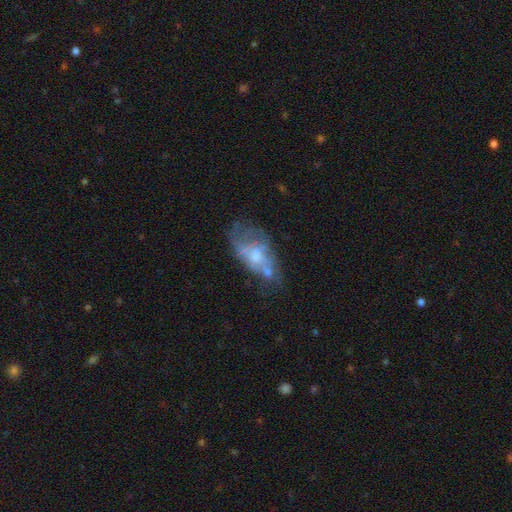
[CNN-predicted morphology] smooth_or_featured: featured or disk (p=0.55) [alt: smooth p=0.35]
disk_edge_on: no (p=0.94) [alt: yes p=0.06]
bar: no (p=0.73) [alt: weak p=0.23]
has_spiral_arms: no (p=0.74) [alt: yes p=0.26]
bulge_size: moderate (p=0.40) [alt: small p=0.31]
merging: none (p=0.34) [alt: major disturbance p=0.29]